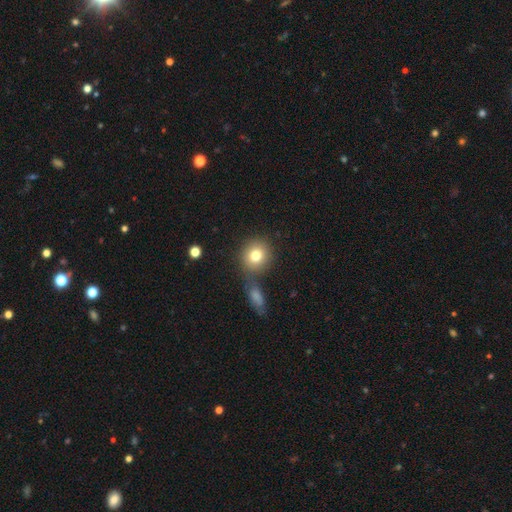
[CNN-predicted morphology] type=smooth (79%); roundness=round (86%); merging=none (67%).